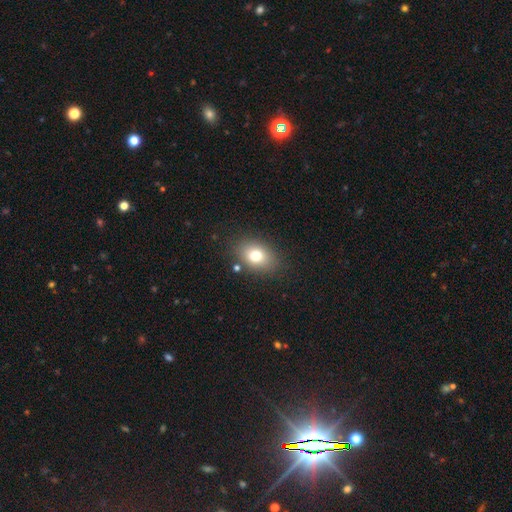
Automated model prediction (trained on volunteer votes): The model was most divided on "how rounded": in between: 70%, round: 29%, cigar-shaped: 1%. More confident: merging — none (82%); smooth or featured — smooth (76%).